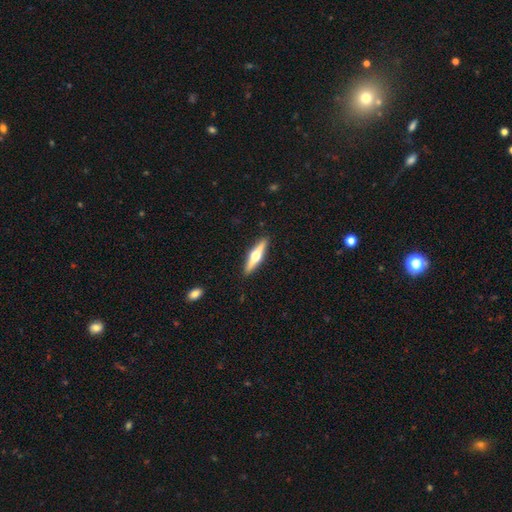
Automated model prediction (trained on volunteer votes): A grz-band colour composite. It shows a featured or disk galaxy (66%) viewed edge-on (96%) with a rounded central bulge (96%). Merging: none (91%).